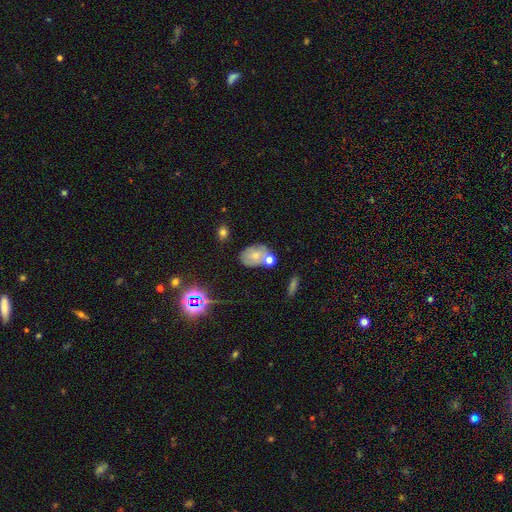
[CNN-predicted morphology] smooth 59%, featured or disk 27%, star or artifact 14%. Down the decision tree: how rounded — in between (76%); merging — none (48%).